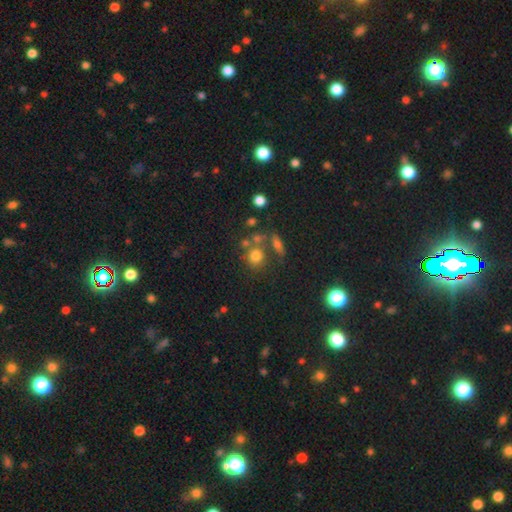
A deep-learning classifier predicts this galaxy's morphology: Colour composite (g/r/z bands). It shows a smooth galaxy with no disk features (72%) that is round (82%). Merging: none (58%).